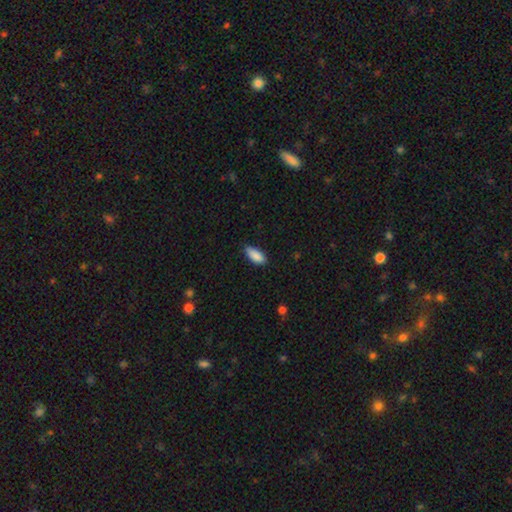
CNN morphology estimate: The model was most divided on "merging": none: 77%, minor disturbance: 20%, major disturbance: 3%, merger: 1%. More confident: smooth or featured — smooth (89%); how rounded — in between (84%).